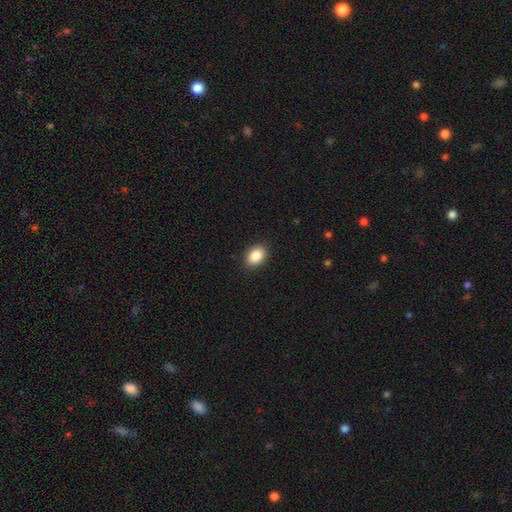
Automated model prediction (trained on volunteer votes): This is clearly a smooth galaxy (88%). How rounded: clearly in between (82%). Merging: clearly none (90%).